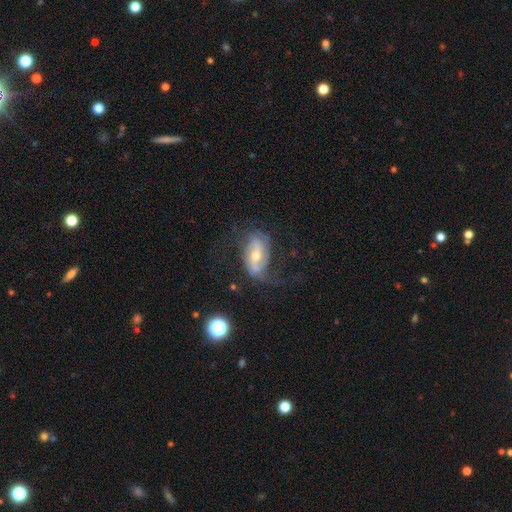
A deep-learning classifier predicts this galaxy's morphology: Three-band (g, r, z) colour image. It shows a featured or disk galaxy (73%) with a weak bar (38%), 2 (73%) loose (55%) spiral arms (85%) and a moderate central bulge (59%). Merging: none (50%).